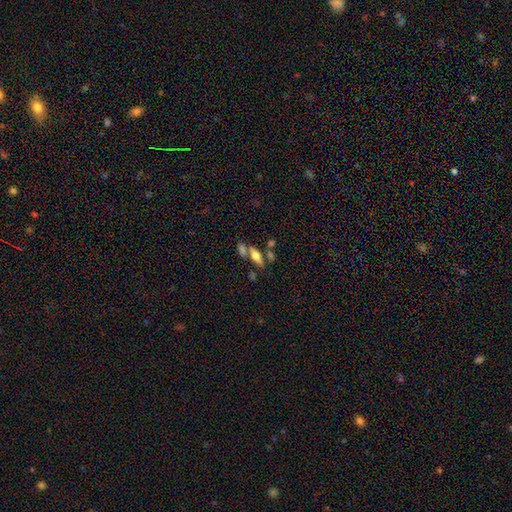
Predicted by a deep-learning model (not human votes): Smooth or featured?
  - featured or disk: 47% *
  - smooth: 44%
  - star or artifact: 8%
Merging?
  - none: 60% *
  - merger: 23%
  - minor disturbance: 12%
  - major disturbance: 5%